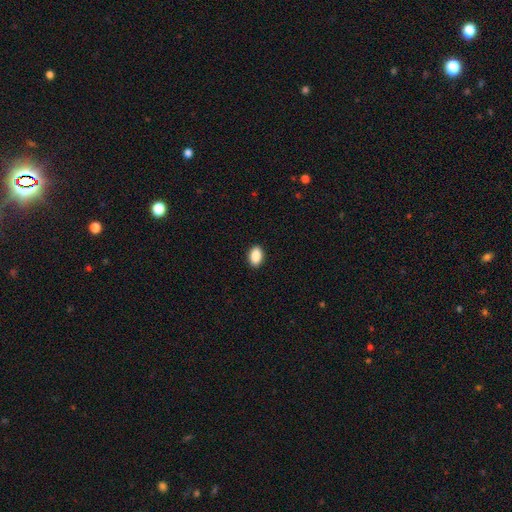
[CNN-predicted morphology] The model was most divided on "how rounded": in between: 89%, round: 10%, cigar-shaped: 2%. More confident: merging — none (90%); smooth or featured — smooth (89%).